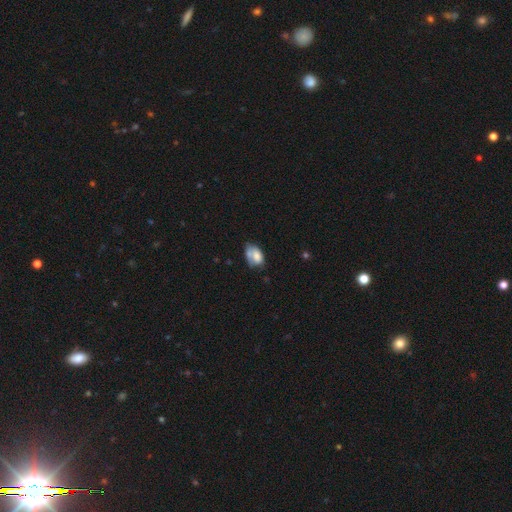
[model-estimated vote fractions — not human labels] This is likely a smooth galaxy (66%). How rounded: clearly in between (86%). Merging: marginally none (34%).